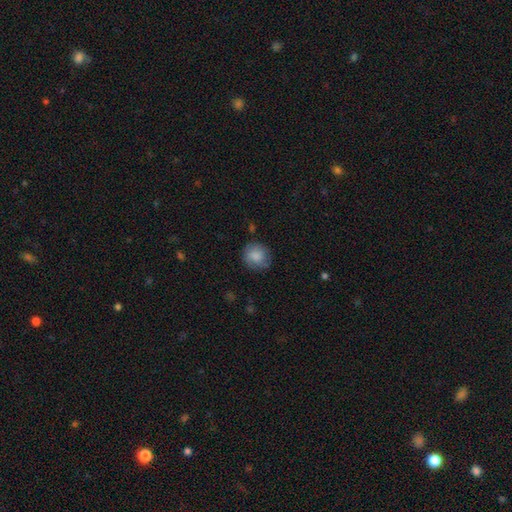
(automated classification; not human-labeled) This is clearly a smooth galaxy (82%). How rounded: clearly round (86%). Merging: likely none (76%).